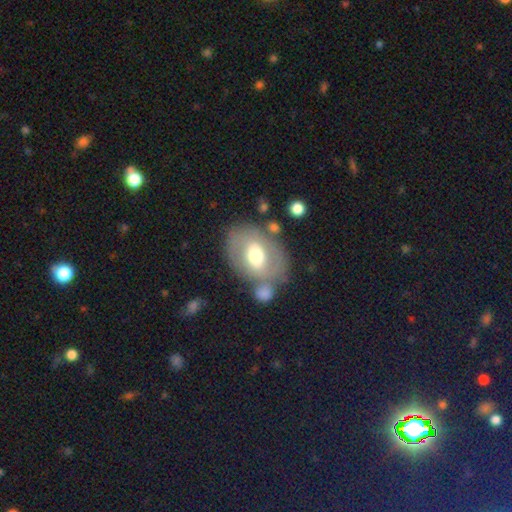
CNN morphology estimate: Smooth or featured: featured or disk — 48% (smooth — 45%)
Merging: none — 58% (minor disturbance — 17%)